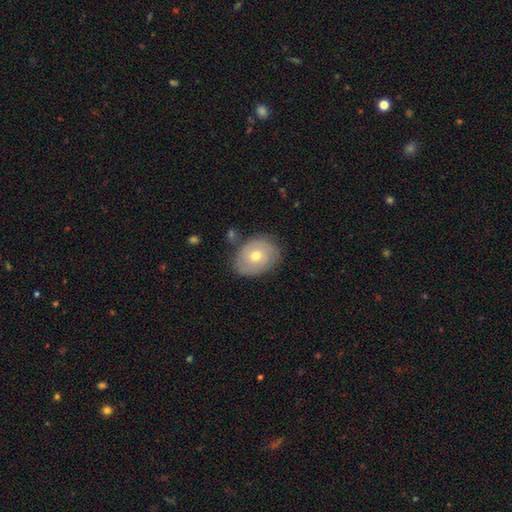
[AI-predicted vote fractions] The model was most divided on "smooth or featured": smooth: 48%, featured or disk: 45%, star or artifact: 7%. More confident: merging — none (72%).